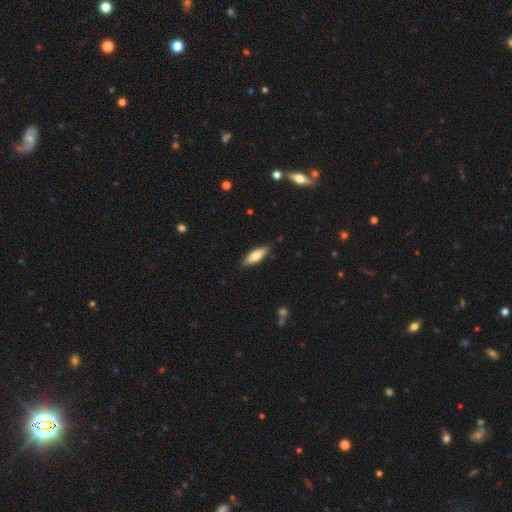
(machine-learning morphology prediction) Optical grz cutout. It shows a smooth galaxy with no disk features (70%) that is in between round and cigar-shaped (62%). Merging: none (86%).